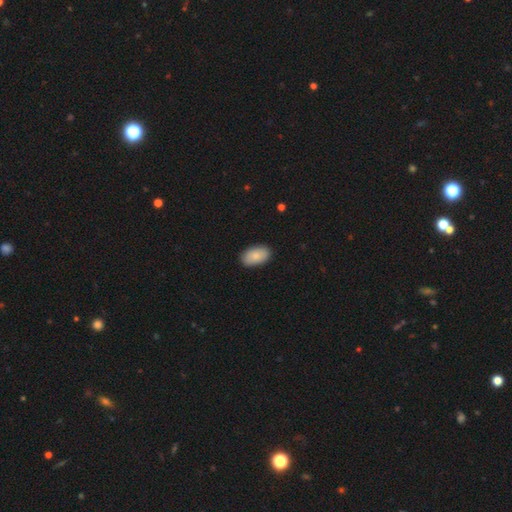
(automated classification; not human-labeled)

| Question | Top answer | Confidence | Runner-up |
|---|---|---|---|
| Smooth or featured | smooth | 86% | featured or disk (8%) |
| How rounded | in between | 94% | round (4%) |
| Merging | none | 89% | minor disturbance (9%) |